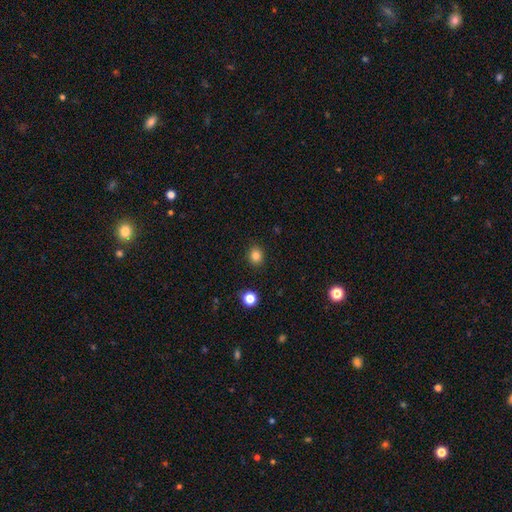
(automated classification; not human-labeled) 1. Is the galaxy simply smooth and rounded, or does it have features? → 83% smooth, 12% star or artifact, 5% featured or disk.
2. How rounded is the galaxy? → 77% round, 22% in between, 1% cigar-shaped.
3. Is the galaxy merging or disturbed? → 91% none, 6% minor disturbance, 2% major disturbance, 1% merger.